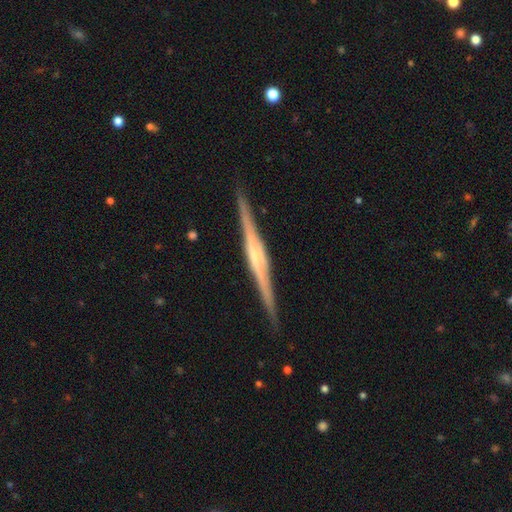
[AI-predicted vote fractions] A featured or disk galaxy (86%) viewed edge-on (98%) with a rounded central bulge (50%). Merging: none (91%).